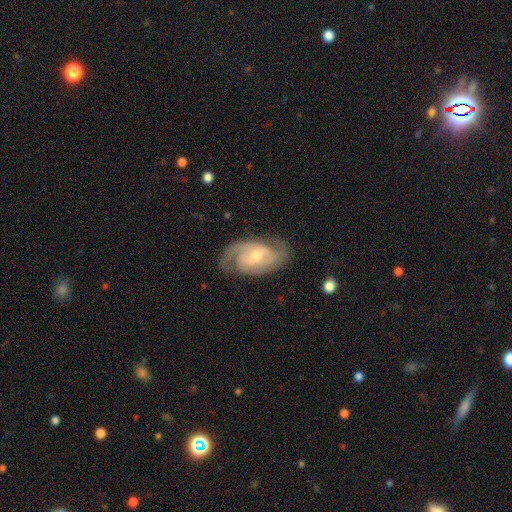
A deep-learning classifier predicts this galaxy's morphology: featured or disk 84%, smooth 11%, star or artifact 5%. Down the decision tree: edge-on disk — no (96%); bar — weak (49%); spiral arms — yes (95%); spiral arm count — 2 (80%); spiral winding — medium (49%); bulge size — small (51%); merging — none (76%).